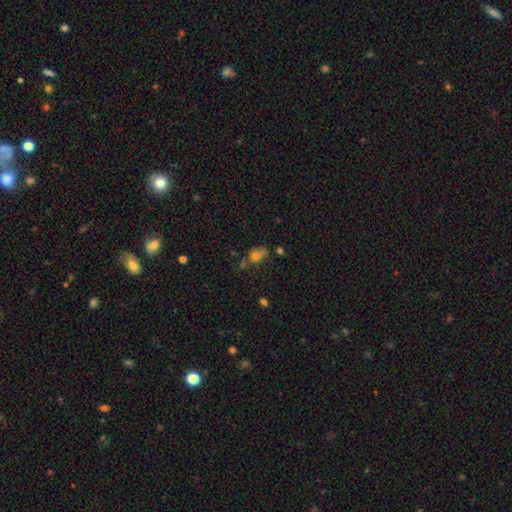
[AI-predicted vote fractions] Q: Smooth or featured?
A: smooth (63%); runner-up: star or artifact (21%)
Q: How rounded?
A: in between (69%); runner-up: round (28%)
Q: Merging?
A: none (45%); runner-up: minor disturbance (25%)